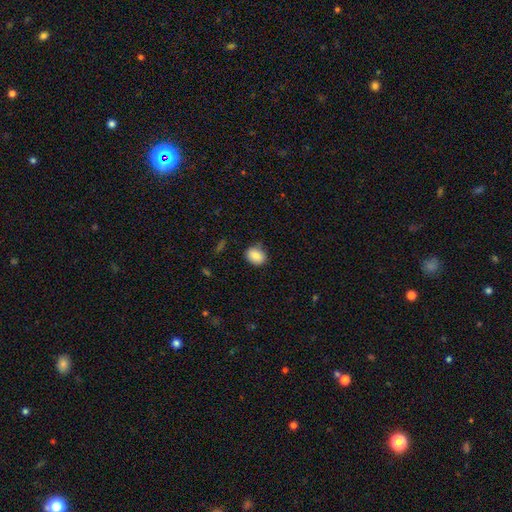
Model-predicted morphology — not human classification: Q: Smooth or featured?
A: smooth (85%); runner-up: star or artifact (8%)
Q: How rounded?
A: round (50%); runner-up: in between (49%)
Q: Merging?
A: none (80%); runner-up: minor disturbance (15%)